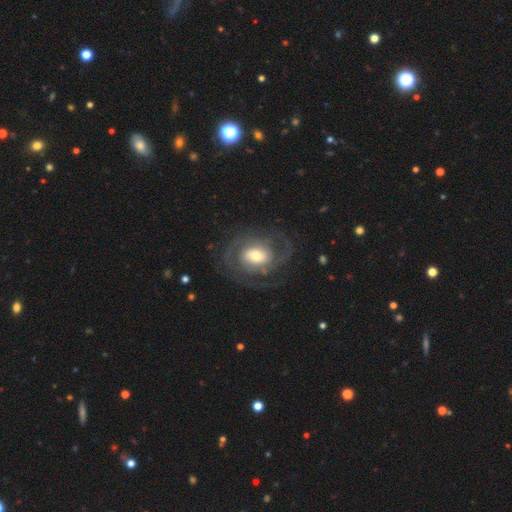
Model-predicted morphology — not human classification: Smooth or featured? Predicted: featured or disk (p=0.82). Edge-on disk? Predicted: no (p=0.97). Bar? Predicted: no (p=0.60). Spiral arms? Predicted: yes (p=0.88). Spiral winding? Predicted: tight (p=0.50). Spiral arm count? Predicted: 2 (p=0.51). Bulge size? Predicted: moderate (p=0.52). Merging? Predicted: none (p=0.71).